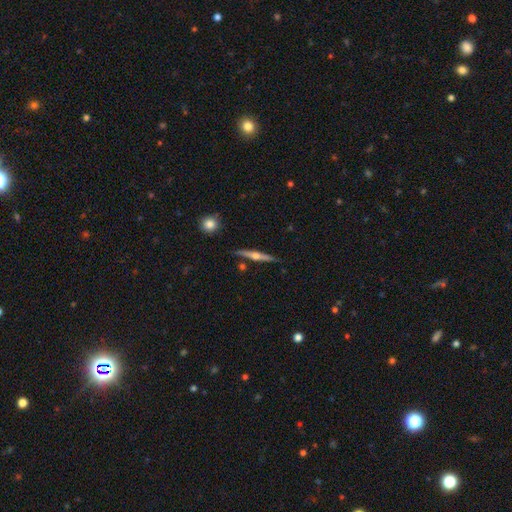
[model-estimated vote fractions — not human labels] smooth-or-featured: featured or disk: 72% | smooth: 22% | star or artifact: 6%
  disk-edge-on: yes: 98% | no: 2%
    edge-on-bulge: rounded: 92% | boxy: 4% | none: 4%
  merging: none: 87% | minor disturbance: 8% | merger: 3% | major disturbance: 2%